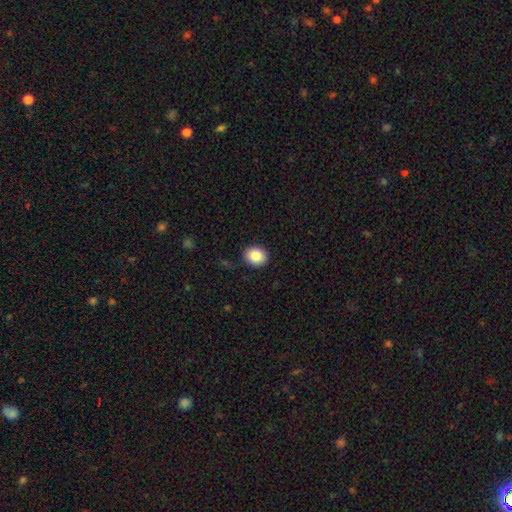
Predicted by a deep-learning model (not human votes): Smooth or featured? Predicted: smooth (p=0.85). How rounded? Predicted: round (p=0.61). Merging? Predicted: none (p=0.89).